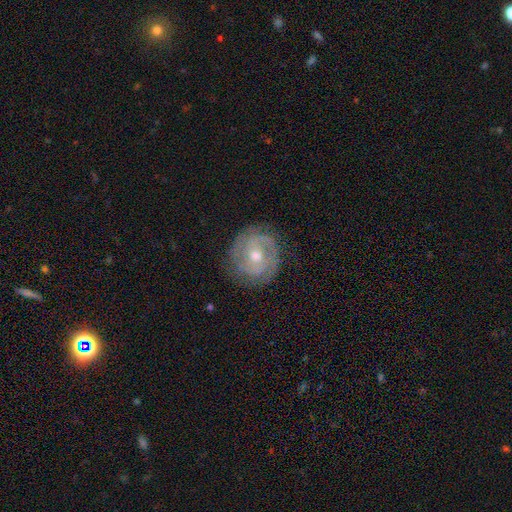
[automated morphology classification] Smooth or featured? Predicted: featured or disk (p=0.81). Edge-on disk? Predicted: no (p=0.97). Bar? Predicted: no (p=0.61). Spiral arms? Predicted: yes (p=0.92). Spiral winding? Predicted: tight (p=0.66). Spiral arm count? Predicted: 2 (p=0.40). Bulge size? Predicted: moderate (p=0.68). Merging? Predicted: none (p=0.80).